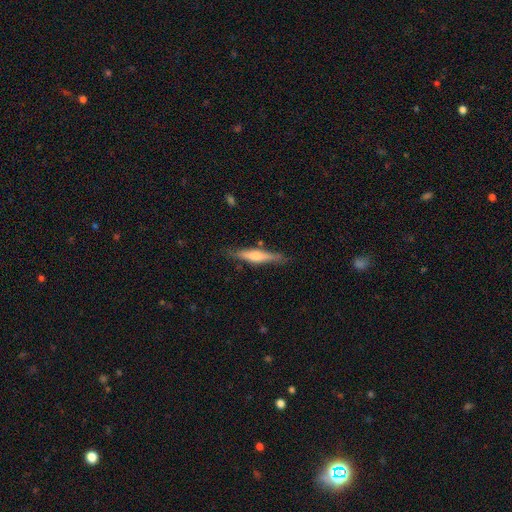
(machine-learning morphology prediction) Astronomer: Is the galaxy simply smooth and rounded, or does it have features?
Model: featured or disk — 57% (runner-up: smooth, 37%).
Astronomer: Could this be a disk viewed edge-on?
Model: yes — 95%.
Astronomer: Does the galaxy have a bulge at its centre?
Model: rounded — 75%.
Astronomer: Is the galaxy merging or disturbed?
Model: none — 83%.